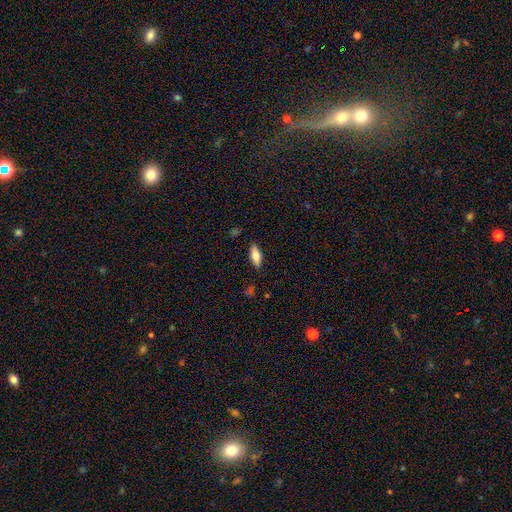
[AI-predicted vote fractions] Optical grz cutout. It shows a smooth galaxy with no disk features (72%) that is in between round and cigar-shaped (72%). Merging: none (85%).